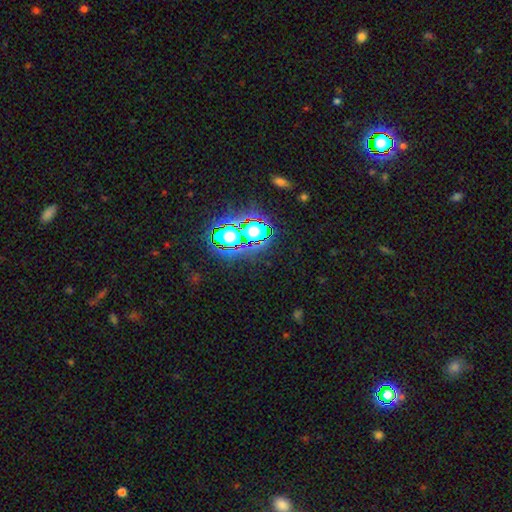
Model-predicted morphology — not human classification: Smooth or featured: star or artifact — 78% (smooth — 13%)